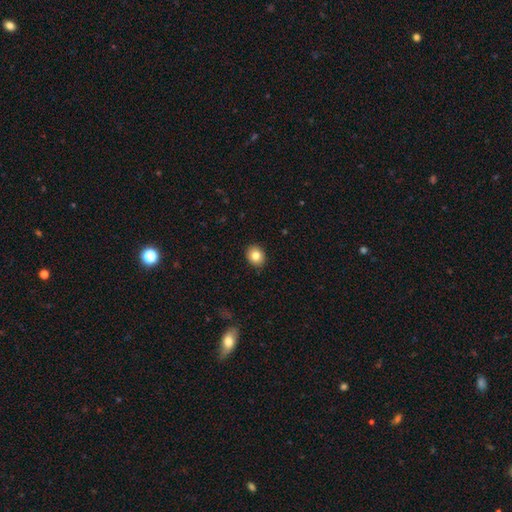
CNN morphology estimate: A smooth galaxy with no disk features (82%) that is round (66%).

Vote fractions:
- Smooth or featured? smooth: 82% / star or artifact: 10% / featured or disk: 8%
- How rounded? round: 66% / in between: 33% / cigar-shaped: 1%
- Merging? none: 91% / minor disturbance: 6% / major disturbance: 2% / merger: 1%